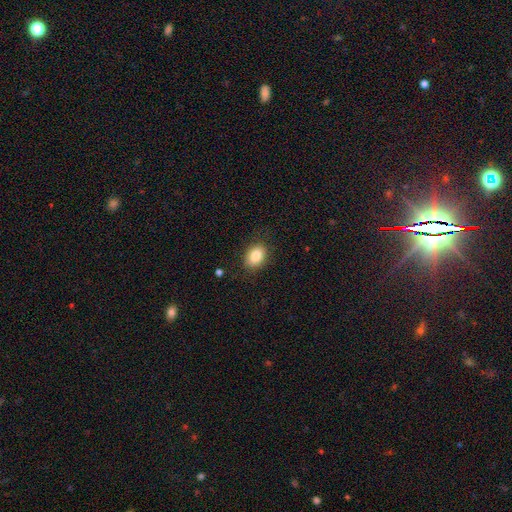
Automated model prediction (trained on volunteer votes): The model was most divided on "how rounded": in between: 77%, round: 22%, cigar-shaped: 1%. More confident: smooth or featured — smooth (86%); merging — none (82%).